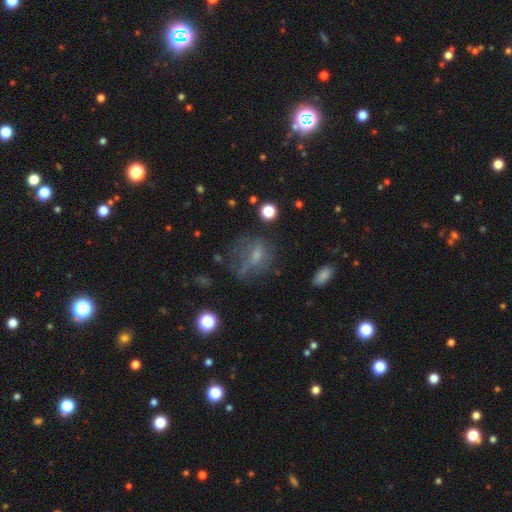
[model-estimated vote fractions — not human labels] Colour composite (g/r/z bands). It shows a smooth galaxy with no disk features (44%). Merging: none (44%).